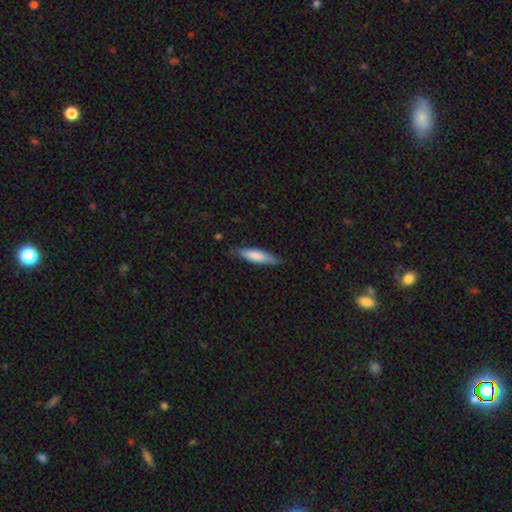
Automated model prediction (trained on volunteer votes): smooth-or-featured: smooth: 77% | featured or disk: 18% | star or artifact: 5%
  how-rounded: cigar-shaped: 72% | in between: 27% | round: 1%
  merging: none: 78% | minor disturbance: 18% | major disturbance: 3% | merger: 1%